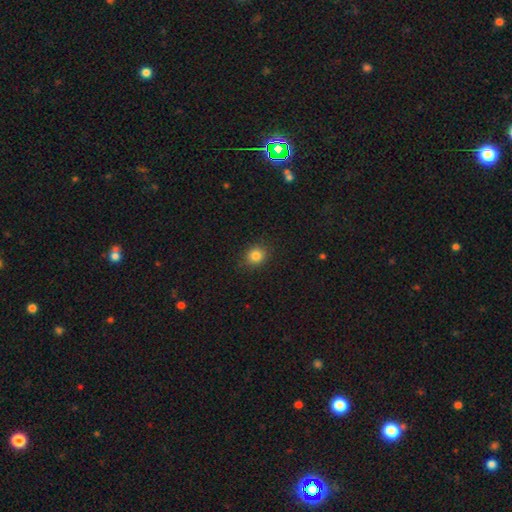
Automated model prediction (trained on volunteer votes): Smooth or featured? smooth (83%)
How rounded? round (79%)
Merging? none (87%)